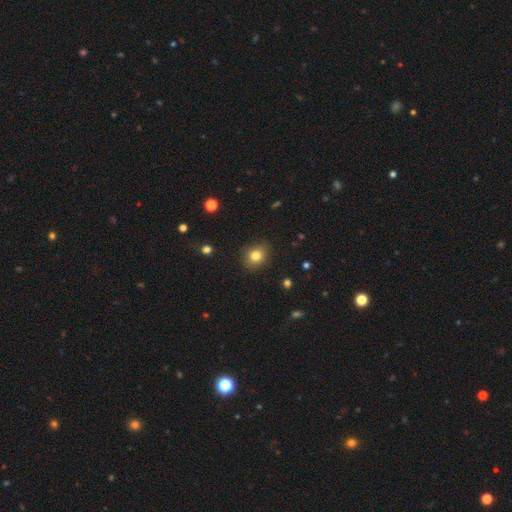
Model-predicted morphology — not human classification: Q: Smooth or featured?
A: smooth (82%); runner-up: star or artifact (11%)
Q: How rounded?
A: round (65%); runner-up: in between (34%)
Q: Merging?
A: none (84%); runner-up: minor disturbance (12%)